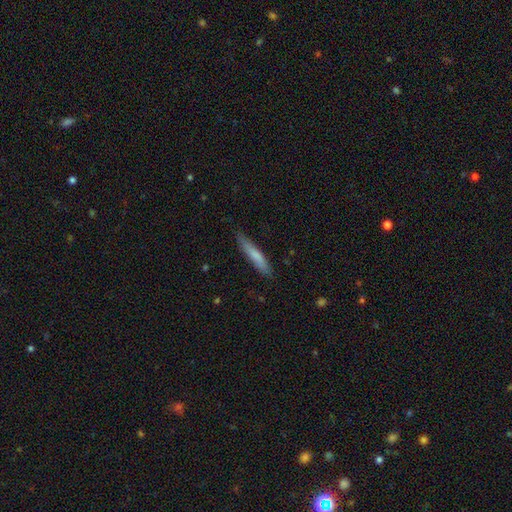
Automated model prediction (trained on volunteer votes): Q: Smooth or featured?
A: smooth (74%); runner-up: featured or disk (20%)
Q: How rounded?
A: cigar-shaped (92%); runner-up: in between (7%)
Q: Merging?
A: none (83%); runner-up: minor disturbance (14%)